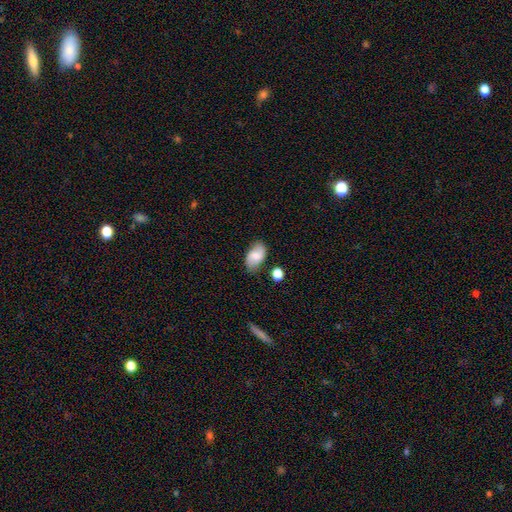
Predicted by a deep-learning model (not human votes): smooth_or_featured: smooth (p=0.62) [alt: featured or disk p=0.29]
how_rounded: in between (p=0.91) [alt: round p=0.07]
merging: none (p=0.73) [alt: minor disturbance p=0.18]